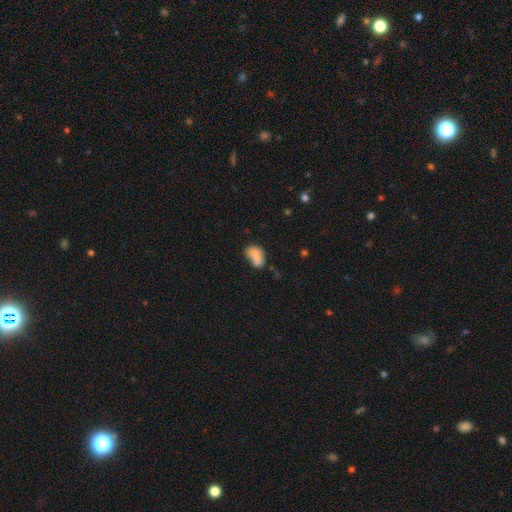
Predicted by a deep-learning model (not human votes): smooth-or-featured: smooth: 77% | featured or disk: 13% | star or artifact: 10%
  how-rounded: in between: 85% | round: 13% | cigar-shaped: 2%
  merging: none: 38% | minor disturbance: 29% | merger: 20% | major disturbance: 14%